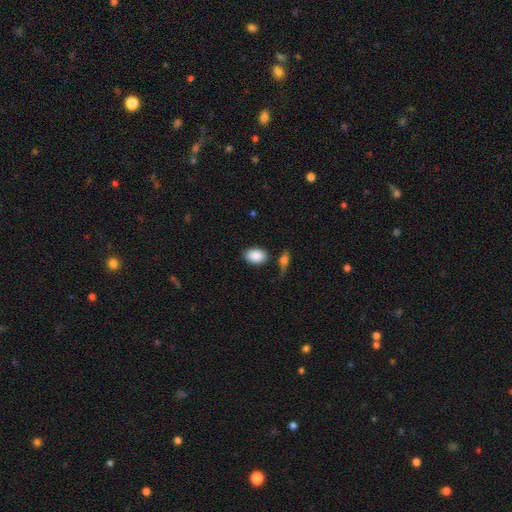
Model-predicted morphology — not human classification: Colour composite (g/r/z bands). It shows a smooth galaxy with no disk features (89%) that is in between round and cigar-shaped (81%). Merging: none (75%).